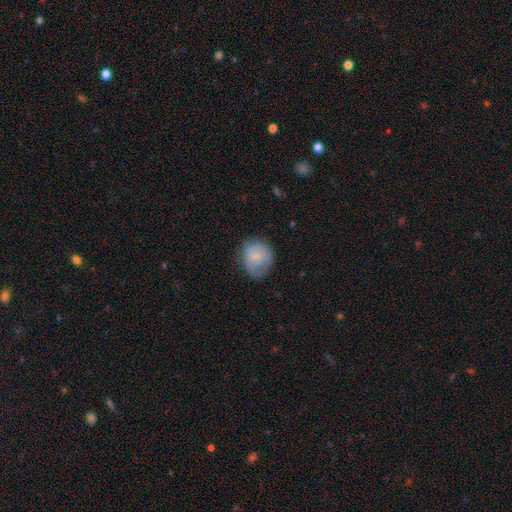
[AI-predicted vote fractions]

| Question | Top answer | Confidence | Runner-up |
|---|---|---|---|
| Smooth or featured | smooth | 74% | featured or disk (18%) |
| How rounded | round | 75% | in between (24%) |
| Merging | none | 61% | minor disturbance (27%) |